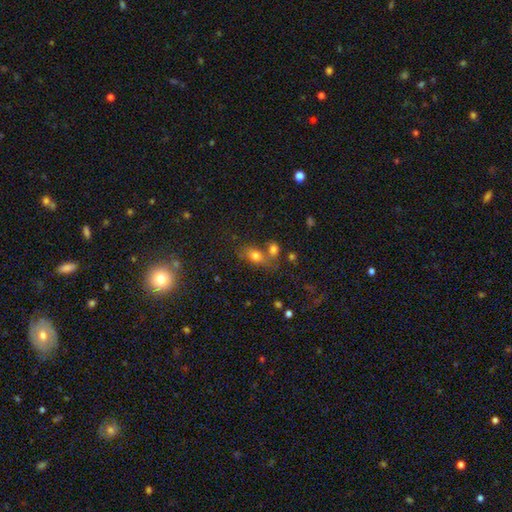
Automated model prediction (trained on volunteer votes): Smooth or featured: smooth — 72% (star or artifact — 14%)
How rounded: in between — 74% (round — 20%)
Merging: none — 49% (merger — 31%)